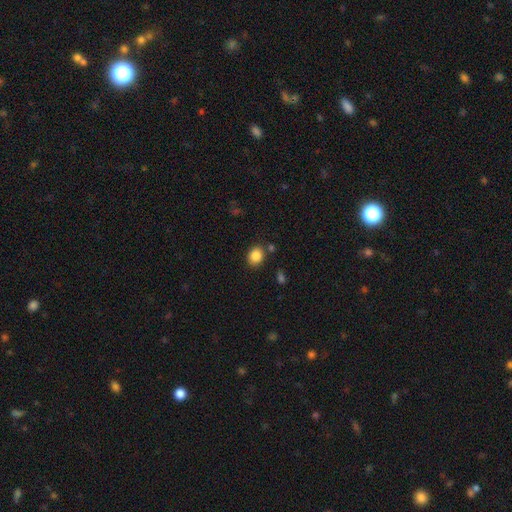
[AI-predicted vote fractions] smooth 86%, star or artifact 9%, featured or disk 4%. Down the decision tree: how rounded — round (61%); merging — none (80%).